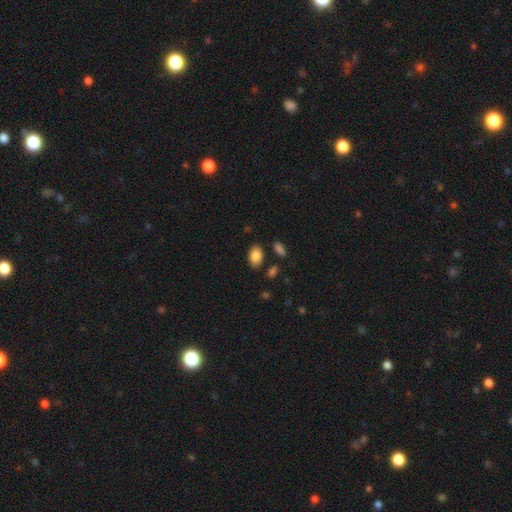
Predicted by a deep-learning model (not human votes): smooth-or-featured: smooth: 87% | star or artifact: 7% | featured or disk: 6%
  how-rounded: in between: 91% | round: 8% | cigar-shaped: 1%
  merging: none: 83% | minor disturbance: 11% | merger: 4% | major disturbance: 3%